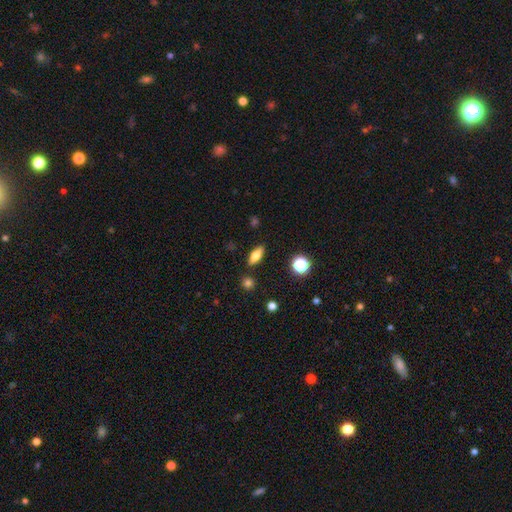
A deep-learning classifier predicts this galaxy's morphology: Smooth or featured? smooth (66%)
How rounded? in between (67%)
Merging? none (86%)